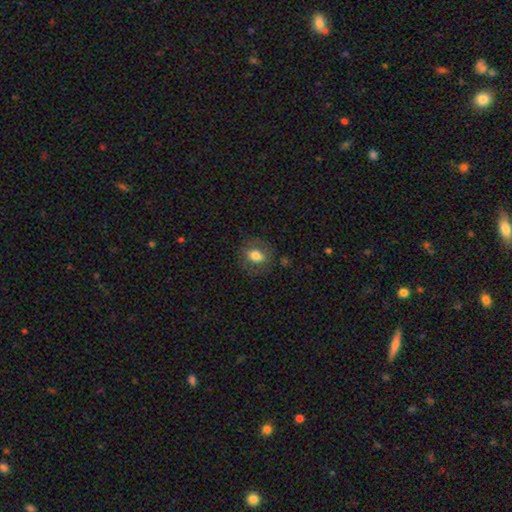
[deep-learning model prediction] Smooth or featured: smooth — 71% (featured or disk — 20%)
How rounded: in between — 59% (round — 40%)
Merging: none — 78% (minor disturbance — 14%)